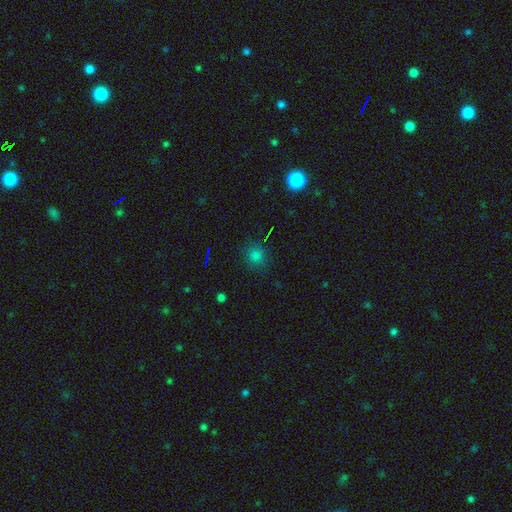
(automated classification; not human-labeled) smooth-or-featured: smooth: 75% | star or artifact: 20% | featured or disk: 5%
  how-rounded: round: 89% | in between: 10% | cigar-shaped: 1%
  merging: none: 86% | minor disturbance: 9% | major disturbance: 3% | merger: 1%